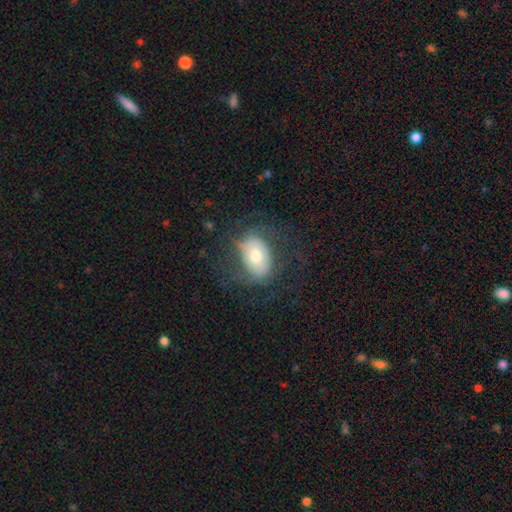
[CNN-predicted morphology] A featured or disk galaxy (52%).

Vote fractions:
- Smooth or featured? featured or disk: 52% / smooth: 38% / star or artifact: 9%
- Edge-on disk? no: 94% / yes: 6%
- Merging? none: 62% / major disturbance: 19% / minor disturbance: 17% / merger: 1%